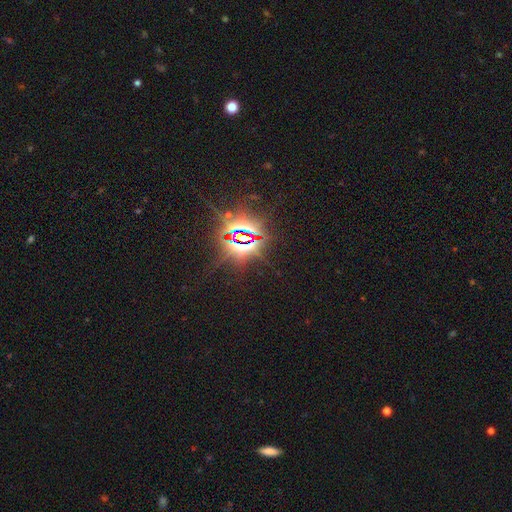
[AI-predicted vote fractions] Overall: star or artifact (85%).